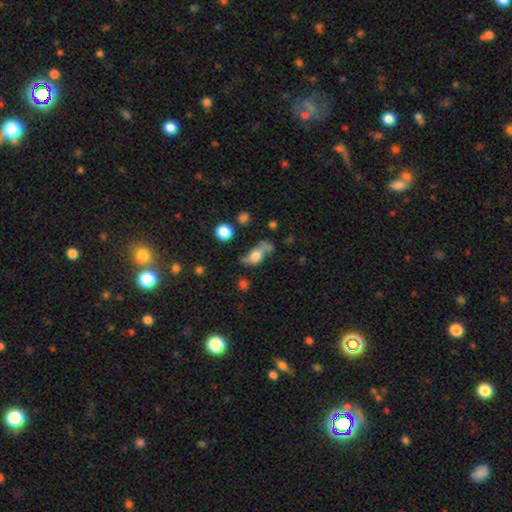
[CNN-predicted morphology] smooth 48%, featured or disk 40%, star or artifact 12%. Down the decision tree: merging — none (44%).